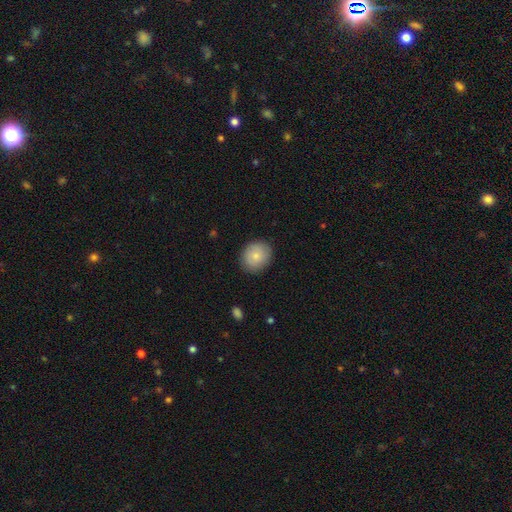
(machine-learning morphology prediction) Smooth or featured: smooth — 83% (featured or disk — 10%)
How rounded: round — 67% (in between — 32%)
Merging: none — 87% (minor disturbance — 10%)